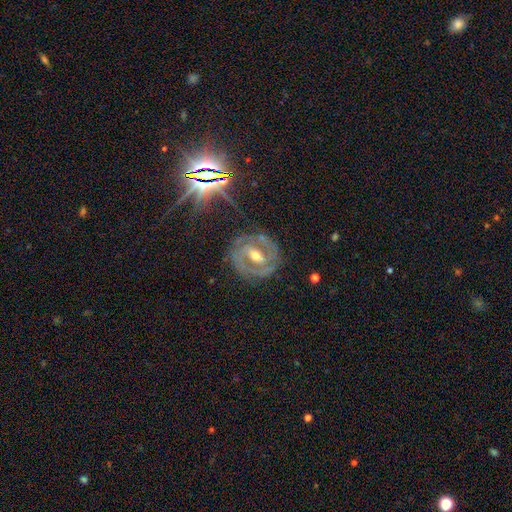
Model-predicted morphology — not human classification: smooth_or_featured: featured or disk (p=0.84) [alt: smooth p=0.09]
disk_edge_on: no (p=0.96) [alt: yes p=0.04]
bar: strong (p=0.41) [alt: weak p=0.40]
has_spiral_arms: yes (p=0.88) [alt: no p=0.12]
spiral_winding: tight (p=0.59) [alt: medium p=0.33]
spiral_arm_count: 2 (p=0.72) [alt: can't tell p=0.12]
bulge_size: moderate (p=0.68) [alt: small p=0.27]
merging: none (p=0.78) [alt: minor disturbance p=0.14]